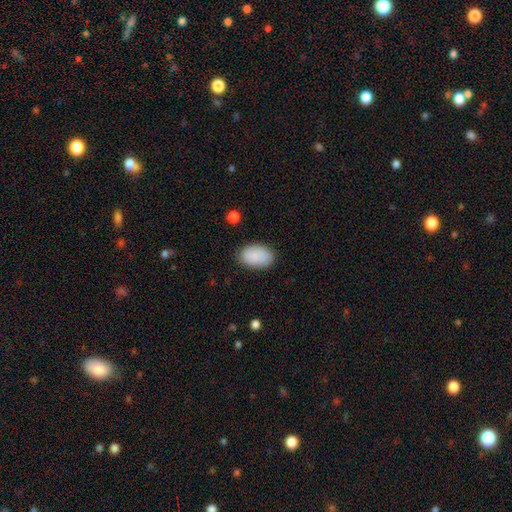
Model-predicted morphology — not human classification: Smooth or featured?
  - smooth: 88% *
  - star or artifact: 6%
  - featured or disk: 6%
How rounded?
  - in between: 91% *
  - round: 8%
  - cigar-shaped: 1%
Merging?
  - none: 84% *
  - minor disturbance: 12%
  - major disturbance: 3%
  - merger: 1%